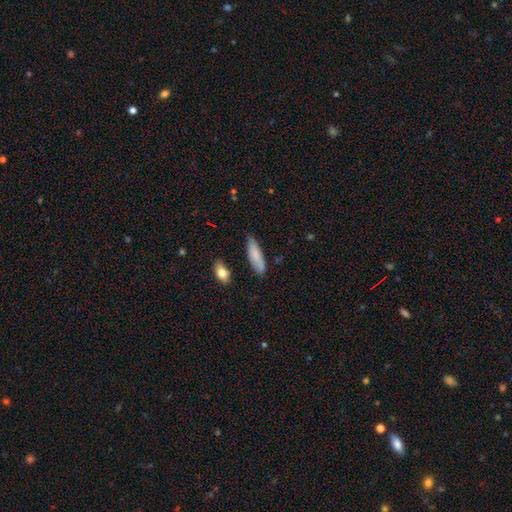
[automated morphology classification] A smooth galaxy with no disk features (81%) that is cigar-shaped (58%). Merging: none (76%).